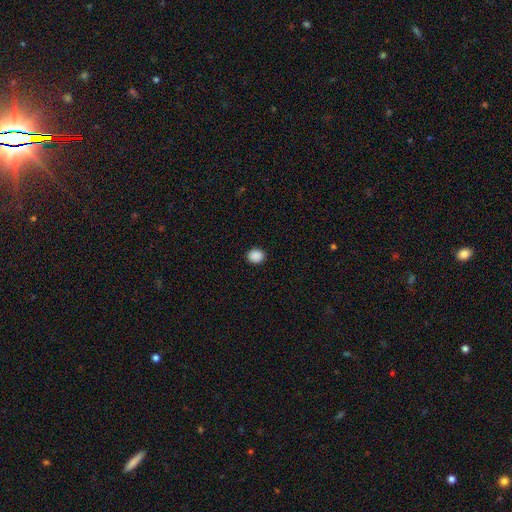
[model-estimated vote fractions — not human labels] smooth-or-featured: smooth: 89% | star or artifact: 9% | featured or disk: 2%
  how-rounded: round: 74% | in between: 25% | cigar-shaped: 1%
  merging: none: 92% | minor disturbance: 5% | major disturbance: 2% | merger: 1%